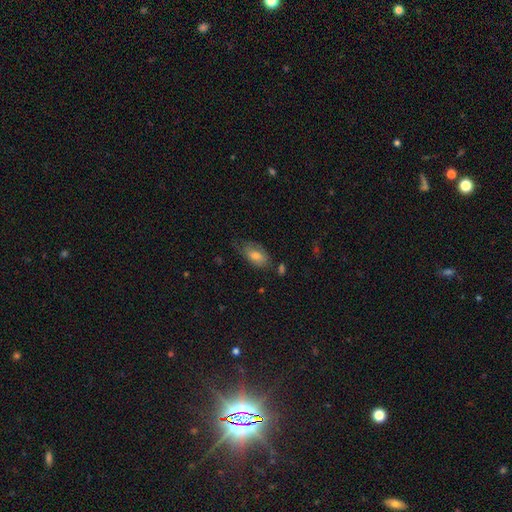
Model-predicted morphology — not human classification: type=smooth (69%); roundness=in between (90%); merging=none (57%).